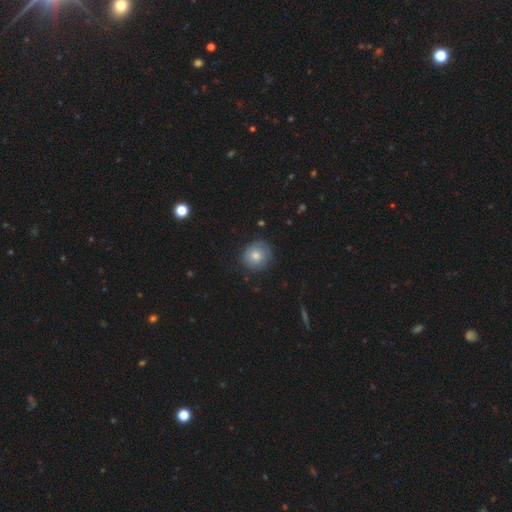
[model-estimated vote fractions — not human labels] Q: Smooth or featured?
A: smooth (76%); runner-up: featured or disk (16%)
Q: How rounded?
A: round (88%); runner-up: in between (11%)
Q: Merging?
A: none (79%); runner-up: minor disturbance (16%)